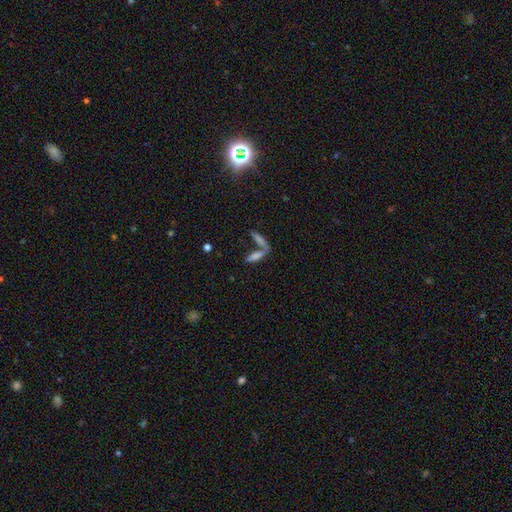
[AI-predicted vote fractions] smooth 65%, featured or disk 22%, star or artifact 14%. Down the decision tree: how rounded — cigar-shaped (64%); merging — merger (49%).